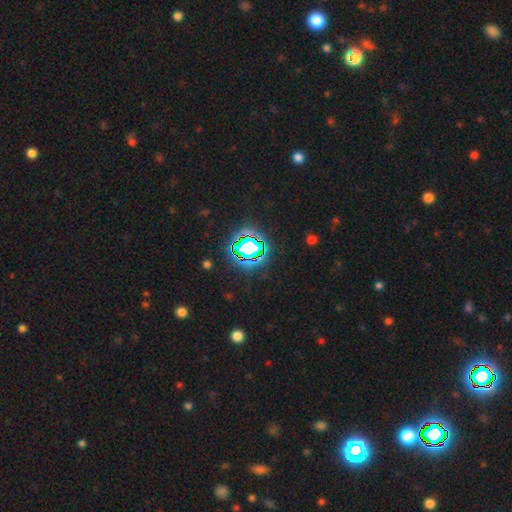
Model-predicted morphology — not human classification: This appears to be a star or artifact, not a galaxy (81%).